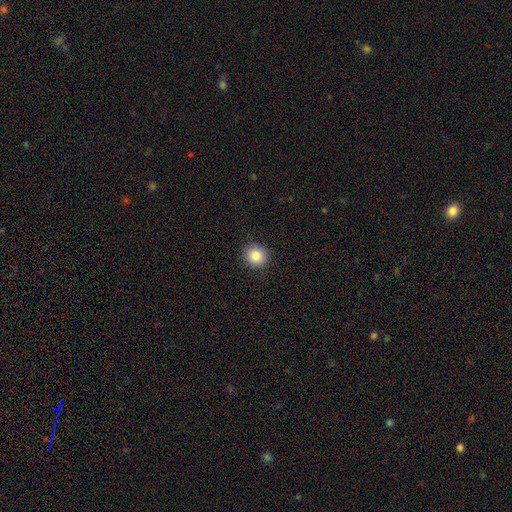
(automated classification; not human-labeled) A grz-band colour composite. It shows a smooth galaxy with no disk features (84%) that is round (89%). Merging: none (91%).